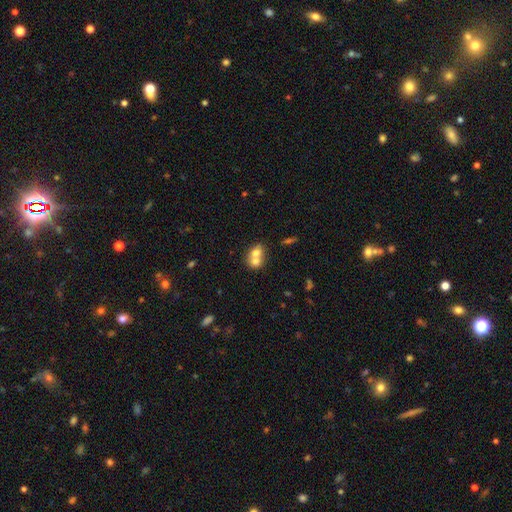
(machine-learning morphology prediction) This is likely a smooth galaxy (68%). How rounded: possibly round (58%). Merging: likely merger (70%).